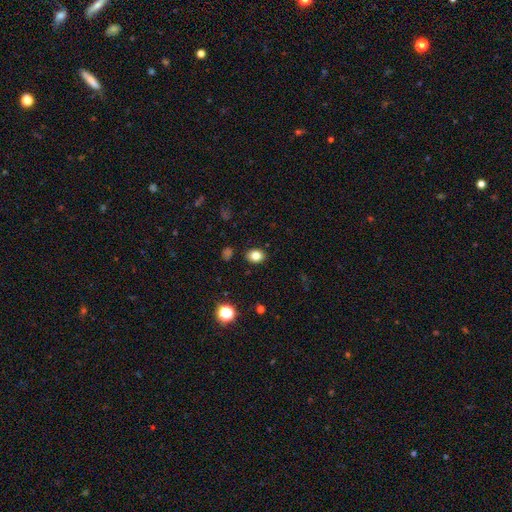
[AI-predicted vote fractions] A smooth galaxy with no disk features (82%) that is in between round and cigar-shaped (56%). Merging: none (89%).